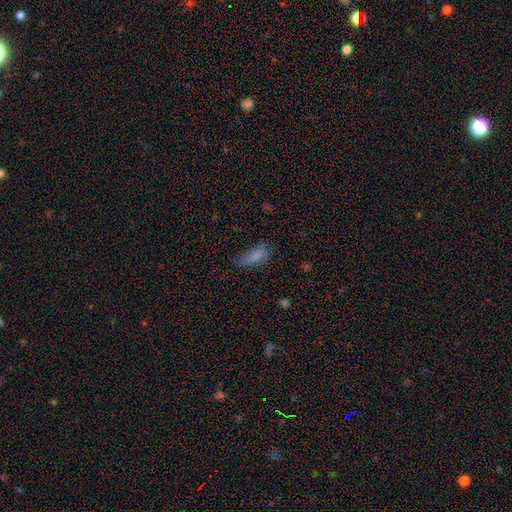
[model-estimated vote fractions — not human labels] This appears to be a smooth galaxy with no disk features (75%) that is in between round and cigar-shaped (83%). Merging: none (64%).